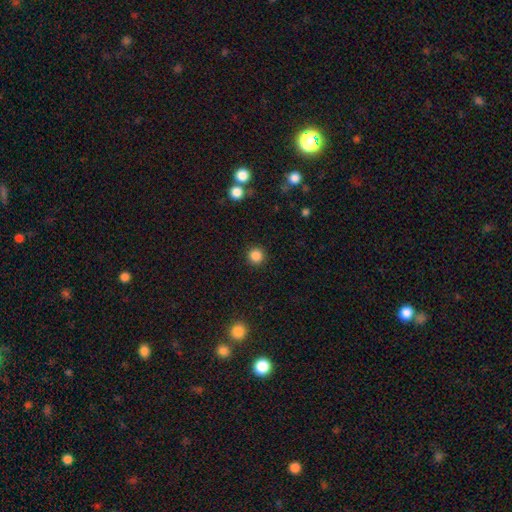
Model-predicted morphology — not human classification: smooth 85%, star or artifact 12%, featured or disk 3%. Down the decision tree: how rounded — round (95%); merging — none (92%).